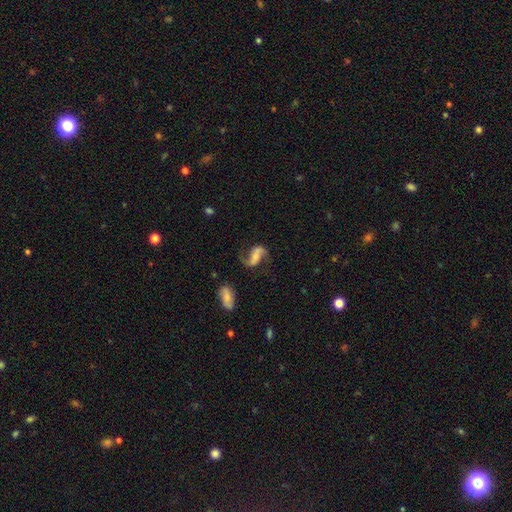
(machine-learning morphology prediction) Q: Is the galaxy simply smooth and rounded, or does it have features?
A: featured or disk — 84%.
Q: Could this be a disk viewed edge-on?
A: no — 97%.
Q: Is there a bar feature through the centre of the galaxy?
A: strong — 37%.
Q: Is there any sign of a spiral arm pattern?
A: yes — 96%.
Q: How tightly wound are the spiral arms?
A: loose — 63%.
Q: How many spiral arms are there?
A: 2 — 92%.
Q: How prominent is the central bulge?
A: small — 44%.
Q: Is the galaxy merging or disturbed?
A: none — 71%.